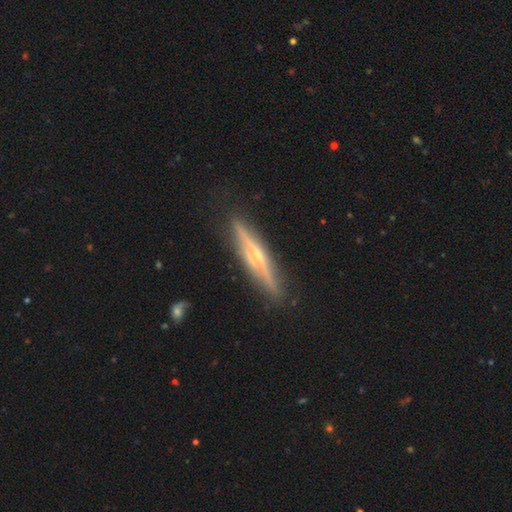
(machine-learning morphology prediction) Smooth or featured? Predicted: featured or disk (p=0.79). Edge-on disk? Predicted: yes (p=0.96). Edge-on bulge? Predicted: rounded (p=0.74). Merging? Predicted: none (p=0.87).